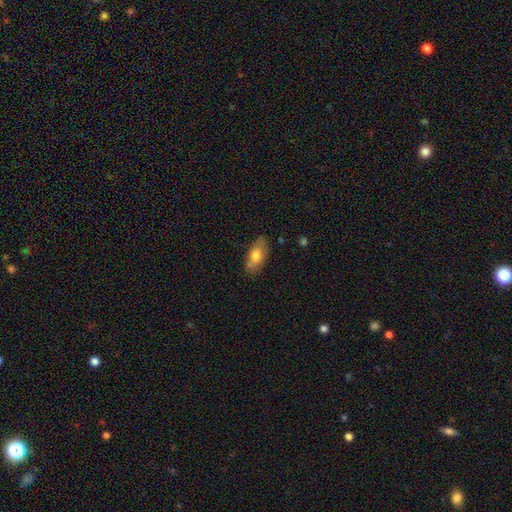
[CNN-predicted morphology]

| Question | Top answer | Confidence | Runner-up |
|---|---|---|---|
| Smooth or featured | smooth | 72% | featured or disk (21%) |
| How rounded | in between | 88% | cigar-shaped (7%) |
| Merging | none | 71% | minor disturbance (18%) |